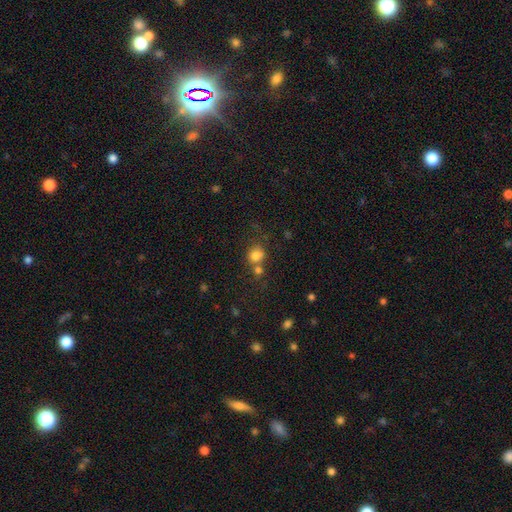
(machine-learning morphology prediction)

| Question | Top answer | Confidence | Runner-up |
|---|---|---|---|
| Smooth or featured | smooth | 78% | star or artifact (13%) |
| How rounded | round | 78% | in between (21%) |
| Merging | none | 47% | merger (37%) |